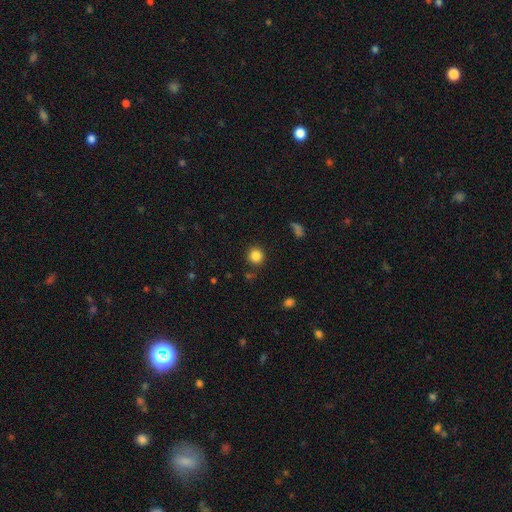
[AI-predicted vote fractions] Smooth or featured?
  - smooth: 85% *
  - star or artifact: 11%
  - featured or disk: 4%
How rounded?
  - round: 92% *
  - in between: 7%
  - cigar-shaped: 1%
Merging?
  - none: 87% *
  - minor disturbance: 7%
  - major disturbance: 3%
  - merger: 3%